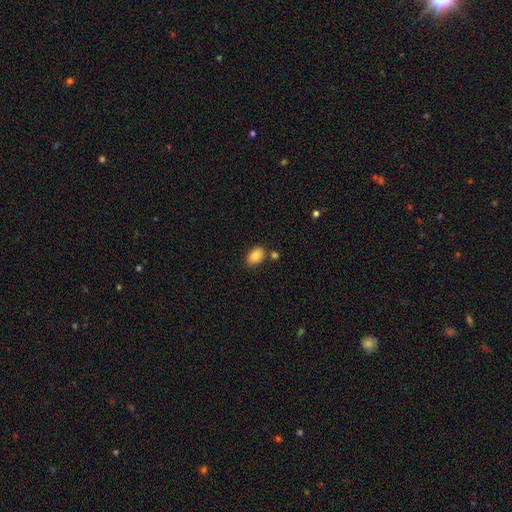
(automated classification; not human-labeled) Smooth or featured? Predicted: smooth (p=0.86). How rounded? Predicted: in between (p=0.87). Merging? Predicted: none (p=0.76).